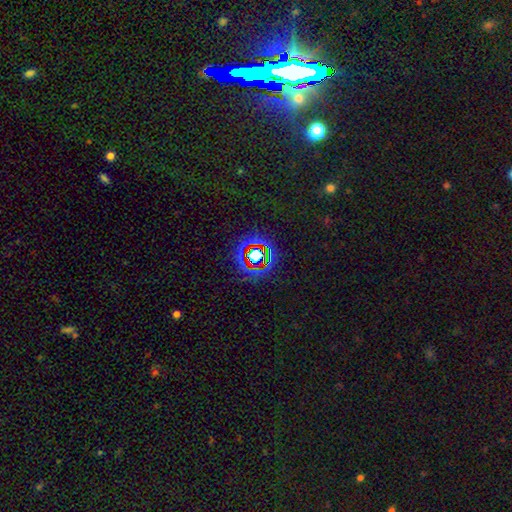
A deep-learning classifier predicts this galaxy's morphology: The model was most divided on "smooth or featured": star or artifact: 73%, smooth: 16%, featured or disk: 11%.